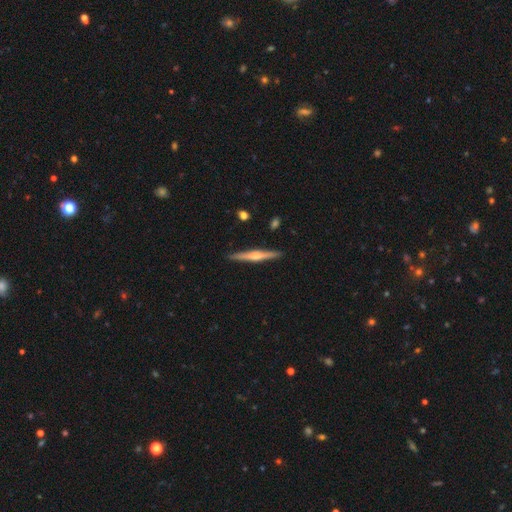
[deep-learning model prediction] The model was most divided on "smooth or featured": featured or disk: 67%, smooth: 27%, star or artifact: 6%. More confident: edge-on disk — yes (98%); merging — none (91%); edge-on bulge — rounded (84%).